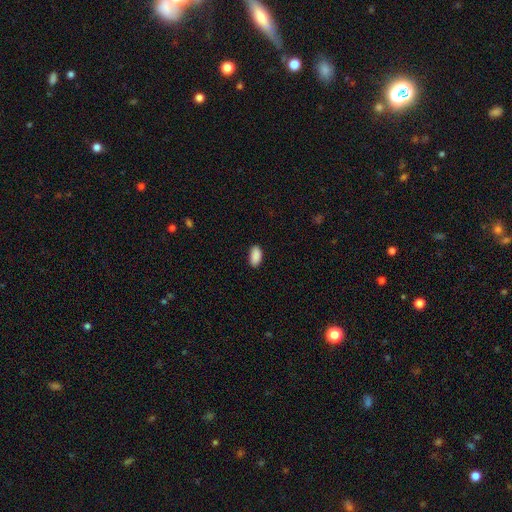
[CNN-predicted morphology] Overall: smooth (91%). How rounded: in between (94%). Merging: none (88%).